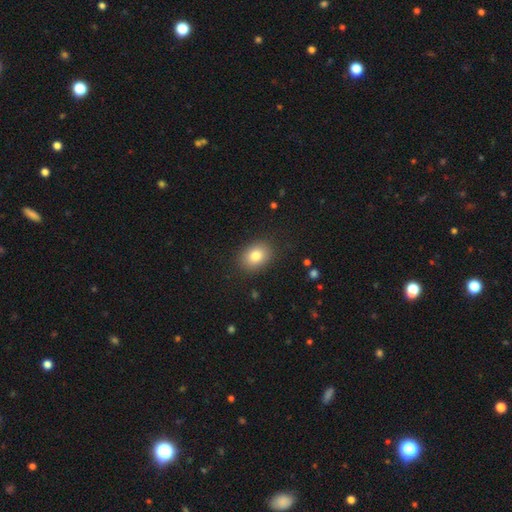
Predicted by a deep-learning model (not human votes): Q: Smooth or featured?
A: smooth (82%); runner-up: star or artifact (9%)
Q: How rounded?
A: in between (64%); runner-up: round (35%)
Q: Merging?
A: none (88%); runner-up: minor disturbance (9%)